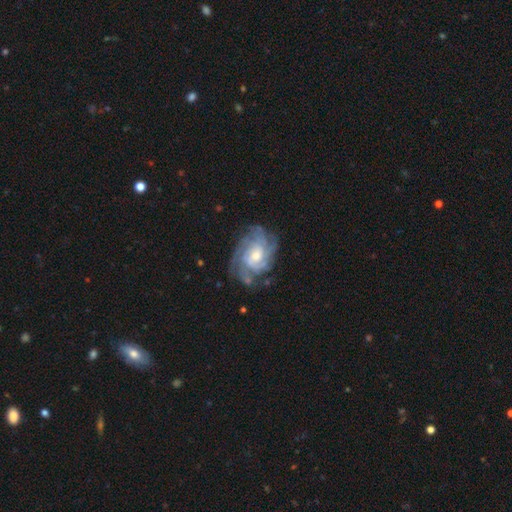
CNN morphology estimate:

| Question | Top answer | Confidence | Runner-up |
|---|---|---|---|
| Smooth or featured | featured or disk | 86% | smooth (8%) |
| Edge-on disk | no | 97% | yes (3%) |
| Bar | no | 65% | weak (31%) |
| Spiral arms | yes | 96% | no (4%) |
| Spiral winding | tight | 62% | medium (31%) |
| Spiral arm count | can't tell | 33% | 4 (25%) |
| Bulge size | moderate | 55% | small (37%) |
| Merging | none | 70% | minor disturbance (19%) |